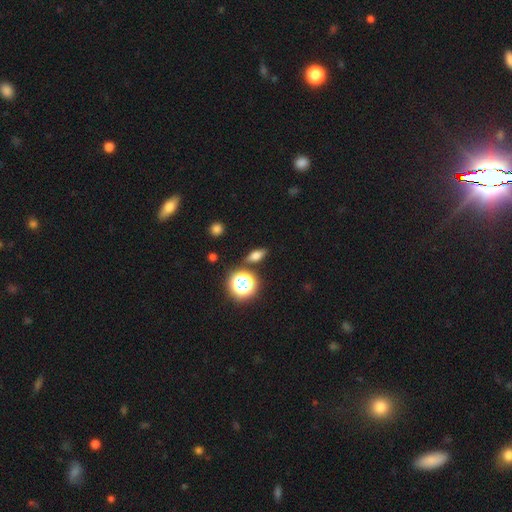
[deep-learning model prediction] Smooth or featured: smooth — 61% (featured or disk — 20%)
How rounded: in between — 58% (cigar-shaped — 22%)
Merging: none — 84% (minor disturbance — 10%)